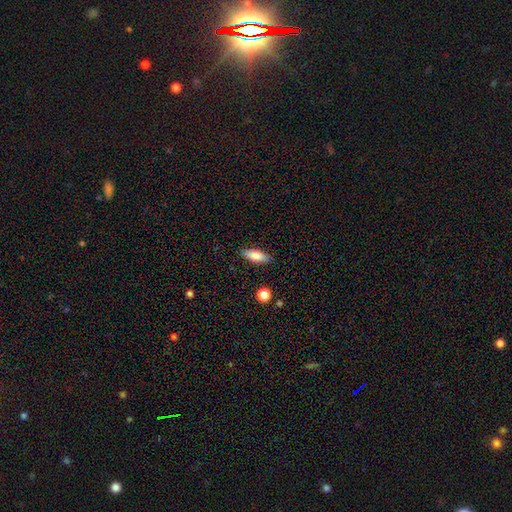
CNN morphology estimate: Overall: smooth (80%). How rounded: in between (65%; cigar-shaped 32%). Merging: none (87%).